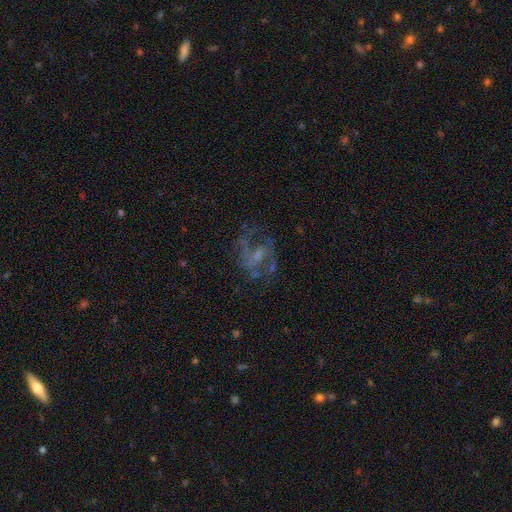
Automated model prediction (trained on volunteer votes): Q: Smooth or featured?
A: featured or disk (74%); runner-up: smooth (14%)
Q: Edge-on disk?
A: no (97%); runner-up: yes (3%)
Q: Bar?
A: weak (46%); runner-up: no (39%)
Q: Spiral arms?
A: yes (75%); runner-up: no (25%)
Q: Spiral winding?
A: medium (48%); runner-up: loose (36%)
Q: Spiral arm count?
A: 2 (65%); runner-up: can't tell (18%)
Q: Bulge size?
A: none (39%); runner-up: small (32%)
Q: Merging?
A: none (55%); runner-up: major disturbance (25%)